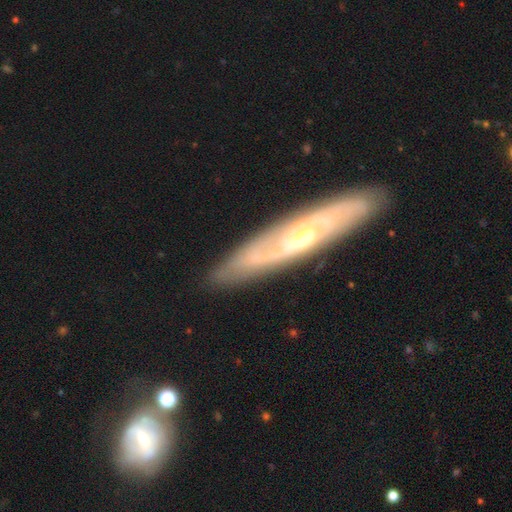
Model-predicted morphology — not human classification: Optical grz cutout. It shows a featured or disk galaxy (78%) with no bar (48%), spiral arms (86%) and a moderate central bulge (48%). Merging: none (85%).